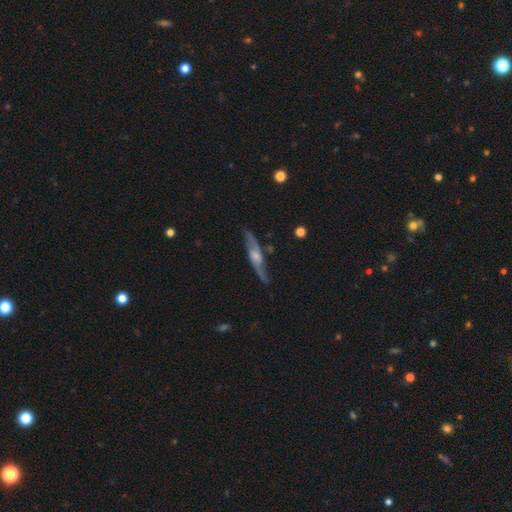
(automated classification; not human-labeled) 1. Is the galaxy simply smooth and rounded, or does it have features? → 75% featured or disk, 19% smooth, 6% star or artifact.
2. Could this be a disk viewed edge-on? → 51% no, 49% yes.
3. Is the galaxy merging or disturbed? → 75% none, 17% minor disturbance, 6% major disturbance, 2% merger.